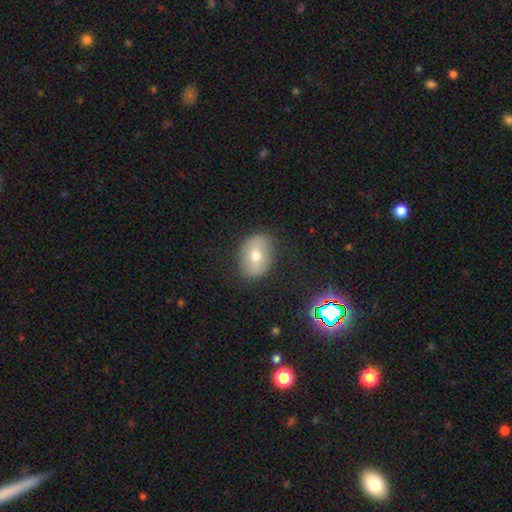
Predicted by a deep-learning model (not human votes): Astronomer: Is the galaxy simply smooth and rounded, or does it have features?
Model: smooth — 62%.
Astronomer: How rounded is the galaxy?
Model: in between — 67%.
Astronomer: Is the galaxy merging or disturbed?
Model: none — 84%.